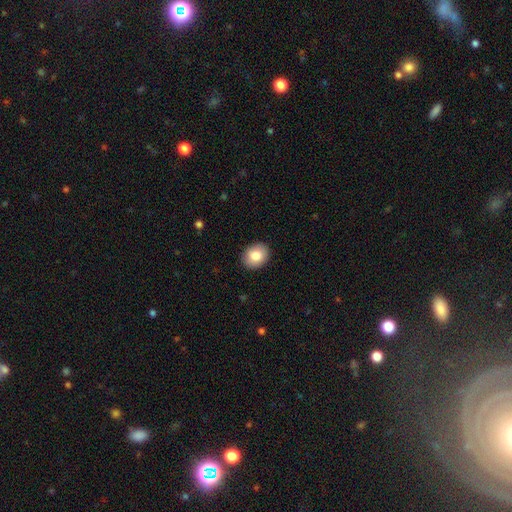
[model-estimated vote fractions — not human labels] This appears to be a smooth galaxy with no disk features (84%) that is in between round and cigar-shaped (55%). Merging: none (90%).